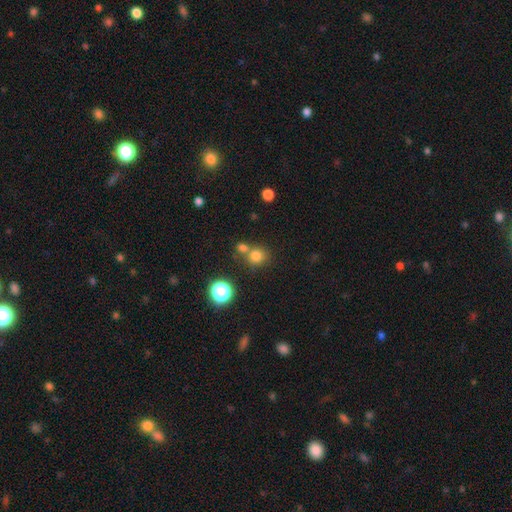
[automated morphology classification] This appears to be a smooth galaxy with no disk features (77%) that is round (86%). Merging: none (60%).